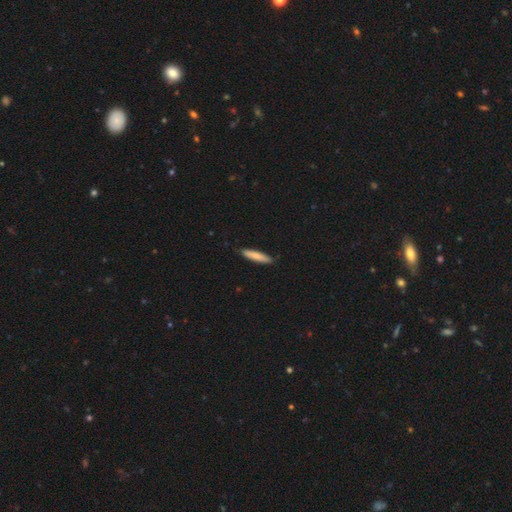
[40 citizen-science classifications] Smooth or featured?
  - smooth: 80% *
  - featured or disk: 12%
  - star or artifact: 8%
How rounded?
  - cigar-shaped: 84% *
  - in between: 12%
  - round: 3%
Merging?
  - none: 84% *
  - minor disturbance: 16%
  - major disturbance: 0%
  - merger: 0%